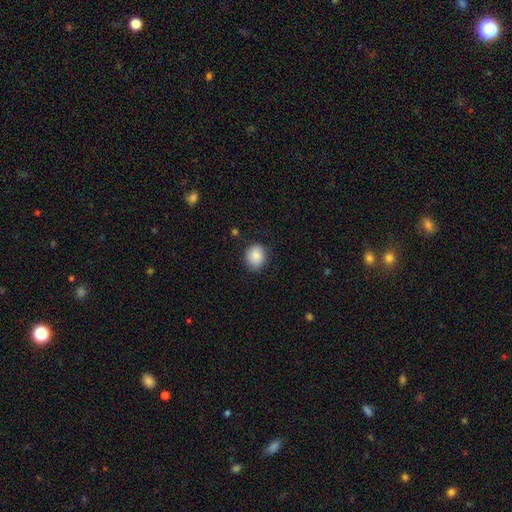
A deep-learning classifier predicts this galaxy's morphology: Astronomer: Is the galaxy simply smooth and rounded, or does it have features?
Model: smooth — 87%.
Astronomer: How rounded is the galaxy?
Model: round — 68%.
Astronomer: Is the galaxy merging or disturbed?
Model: none — 83%.